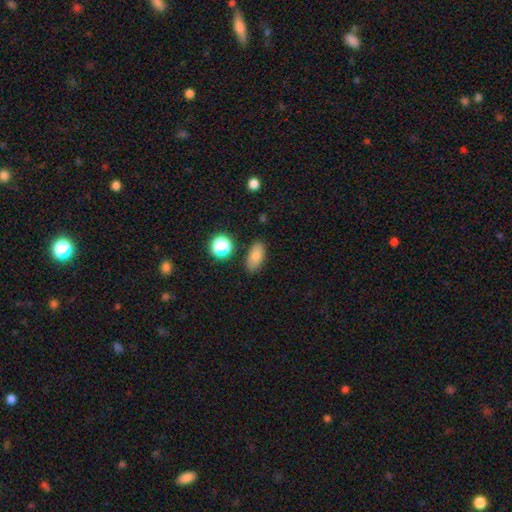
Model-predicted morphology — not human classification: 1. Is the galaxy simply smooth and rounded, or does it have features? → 80% smooth, 11% star or artifact, 9% featured or disk.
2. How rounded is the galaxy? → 88% in between, 8% round, 4% cigar-shaped.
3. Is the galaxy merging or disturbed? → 84% none, 11% minor disturbance, 3% major disturbance, 3% merger.